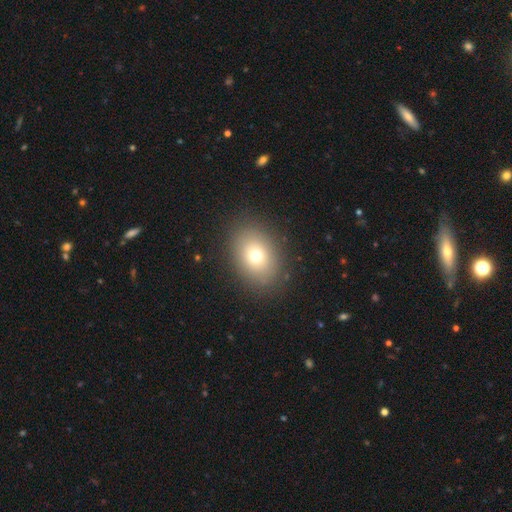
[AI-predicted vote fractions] Smooth or featured? Predicted: smooth (p=0.70). How rounded? Predicted: in between (p=0.64). Merging? Predicted: none (p=0.86).